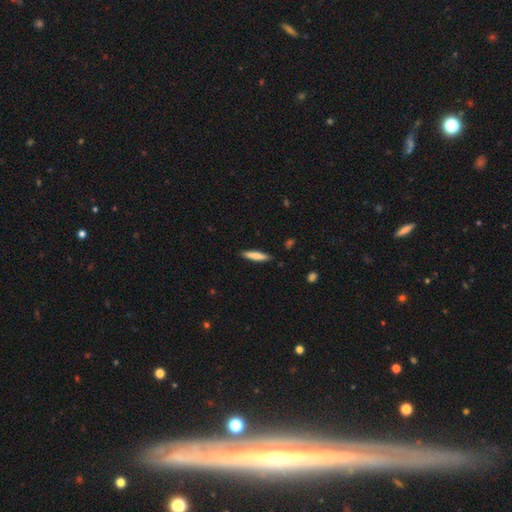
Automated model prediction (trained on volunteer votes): smooth-or-featured: smooth: 76% | featured or disk: 18% | star or artifact: 6%
  how-rounded: cigar-shaped: 87% | in between: 12% | round: 1%
  merging: none: 89% | minor disturbance: 8% | major disturbance: 2% | merger: 1%